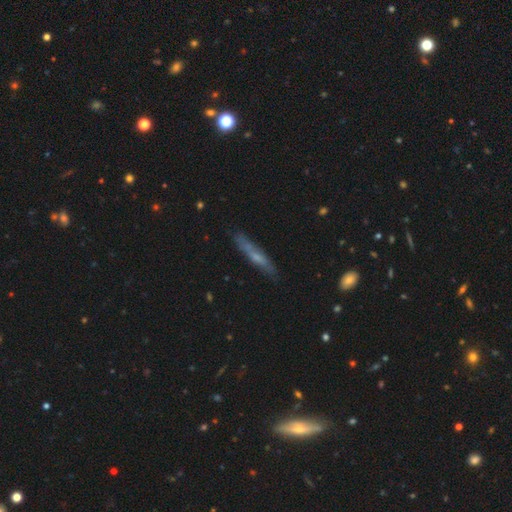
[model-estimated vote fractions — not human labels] This appears to be a featured or disk galaxy (49%). Merging: none (77%).